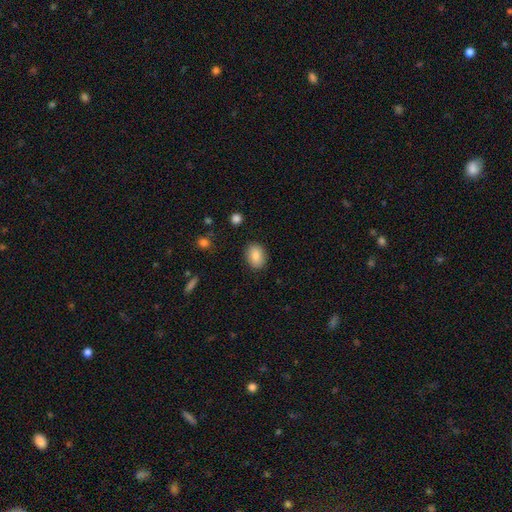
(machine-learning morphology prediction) Smooth or featured: smooth — 85% (star or artifact — 8%)
How rounded: in between — 74% (round — 25%)
Merging: none — 87% (minor disturbance — 9%)